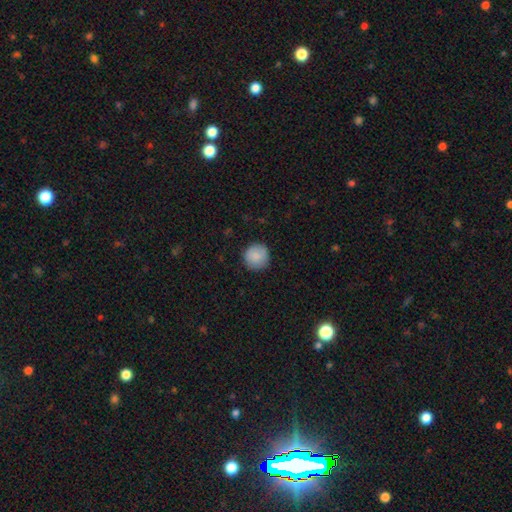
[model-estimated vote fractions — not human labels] smooth-or-featured: smooth: 88% | star or artifact: 7% | featured or disk: 5%
  how-rounded: round: 95% | in between: 4% | cigar-shaped: 1%
  merging: none: 89% | minor disturbance: 8% | major disturbance: 2% | merger: 1%